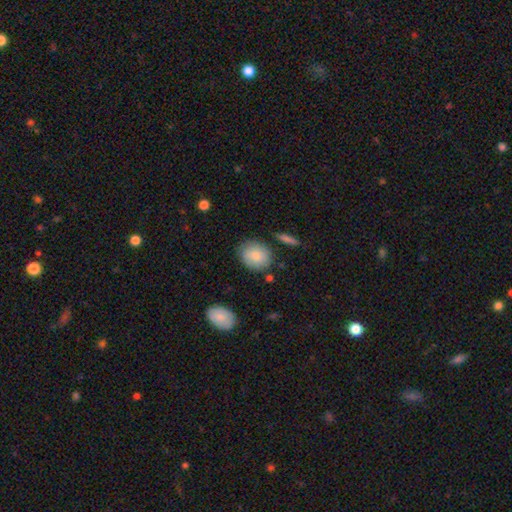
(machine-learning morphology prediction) smooth 82%, featured or disk 12%, star or artifact 6%. Down the decision tree: how rounded — round (61%); merging — none (79%).